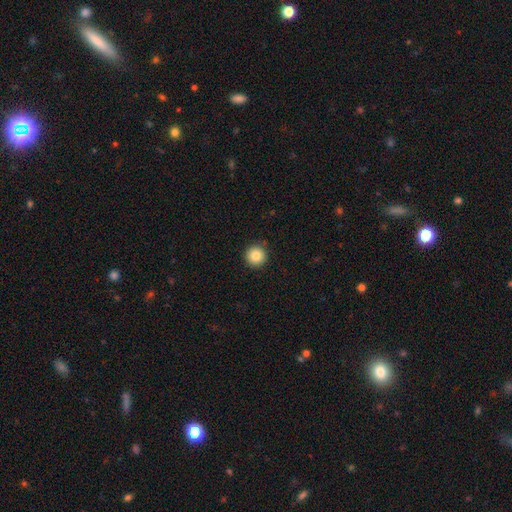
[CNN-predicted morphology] Smooth or featured?
  - smooth: 85% *
  - star or artifact: 9%
  - featured or disk: 5%
How rounded?
  - round: 96% *
  - in between: 3%
  - cigar-shaped: 1%
Merging?
  - none: 91% *
  - minor disturbance: 6%
  - major disturbance: 2%
  - merger: 1%